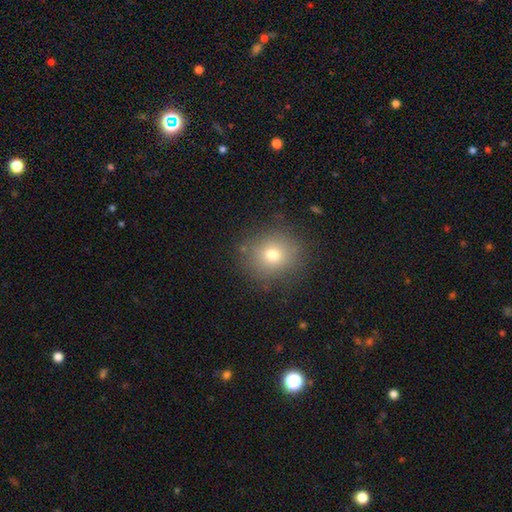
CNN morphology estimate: type=smooth (64%); roundness=round (88%); merging=none (88%).